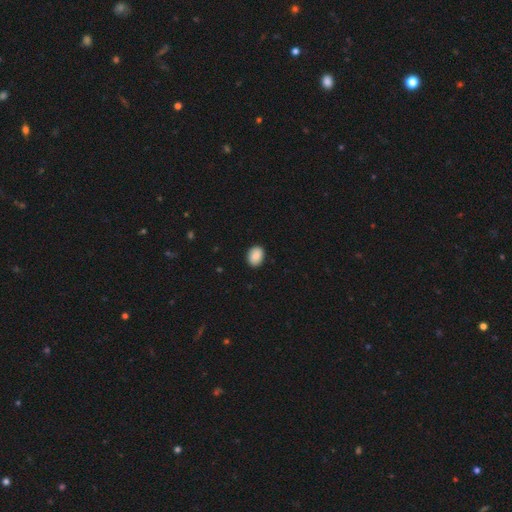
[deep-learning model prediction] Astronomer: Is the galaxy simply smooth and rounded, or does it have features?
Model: smooth — 89%.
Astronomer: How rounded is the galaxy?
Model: in between — 68%.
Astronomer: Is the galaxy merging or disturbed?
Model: none — 90%.